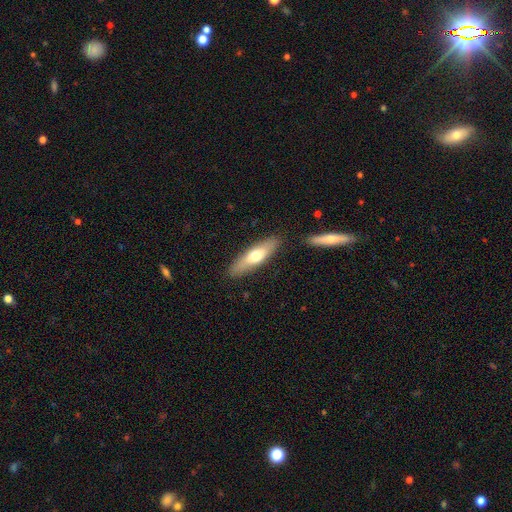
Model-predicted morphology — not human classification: Smooth or featured: smooth — 59% (featured or disk — 35%)
How rounded: cigar-shaped — 64% (in between — 34%)
Merging: none — 85% (minor disturbance — 11%)